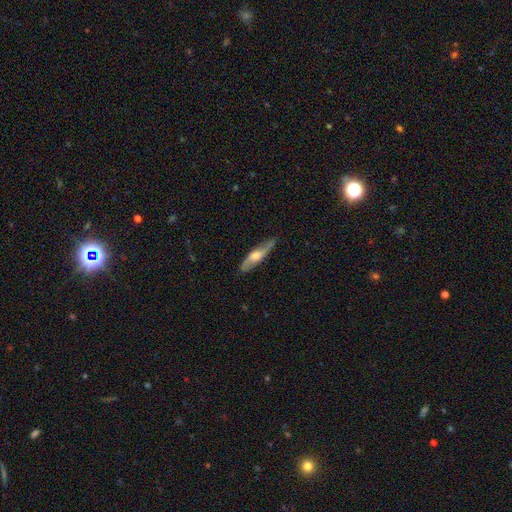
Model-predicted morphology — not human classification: Smooth or featured: featured or disk — 59% (smooth — 36%)
Edge-on disk: yes — 60% (no — 40%)
Merging: none — 80% (minor disturbance — 15%)